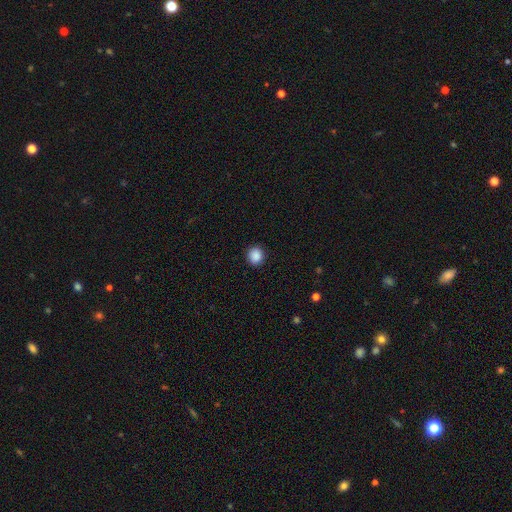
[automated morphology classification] Smooth or featured? Predicted: smooth (p=0.88). How rounded? Predicted: round (p=0.85). Merging? Predicted: none (p=0.90).